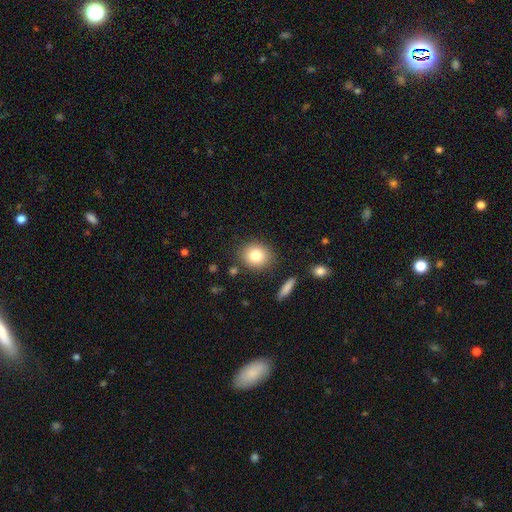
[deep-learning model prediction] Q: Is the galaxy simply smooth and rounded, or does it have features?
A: smooth — 80%.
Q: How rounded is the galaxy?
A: round — 70%.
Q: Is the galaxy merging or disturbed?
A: none — 85%.